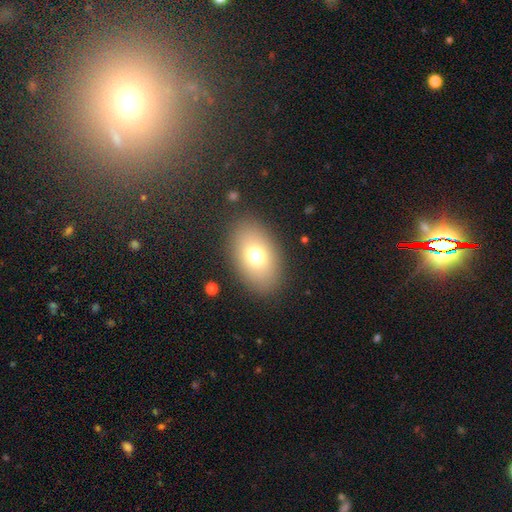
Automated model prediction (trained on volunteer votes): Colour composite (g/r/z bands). It shows a smooth galaxy with no disk features (71%) that is in between round and cigar-shaped (84%). Merging: none (86%).